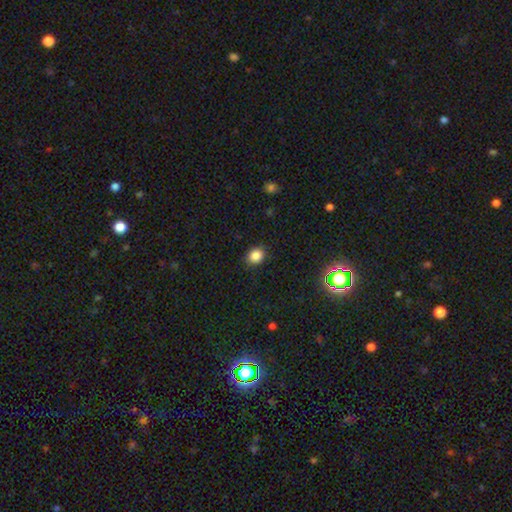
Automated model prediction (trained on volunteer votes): Smooth or featured?
  - smooth: 85% *
  - star or artifact: 11%
  - featured or disk: 4%
How rounded?
  - round: 63% *
  - in between: 36%
  - cigar-shaped: 1%
Merging?
  - none: 85% *
  - minor disturbance: 11%
  - major disturbance: 3%
  - merger: 1%